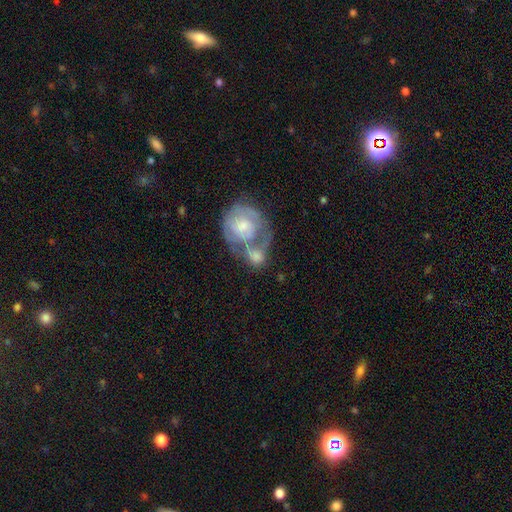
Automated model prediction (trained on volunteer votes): A smooth galaxy with no disk features (48%). Merging: merger (57%).